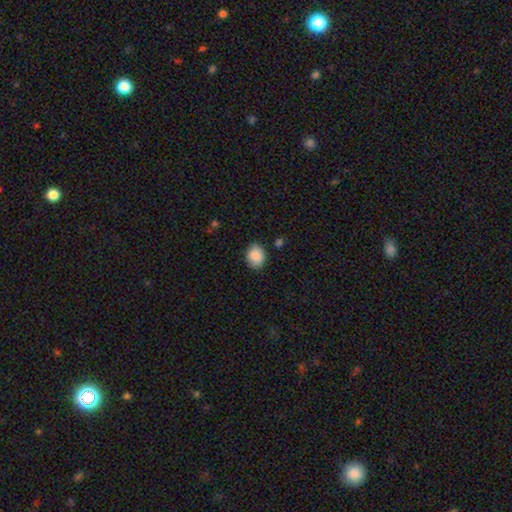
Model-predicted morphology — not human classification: The model was most divided on "how rounded": round: 51%, in between: 48%, cigar-shaped: 1%. More confident: smooth or featured — smooth (88%); merging — none (83%).